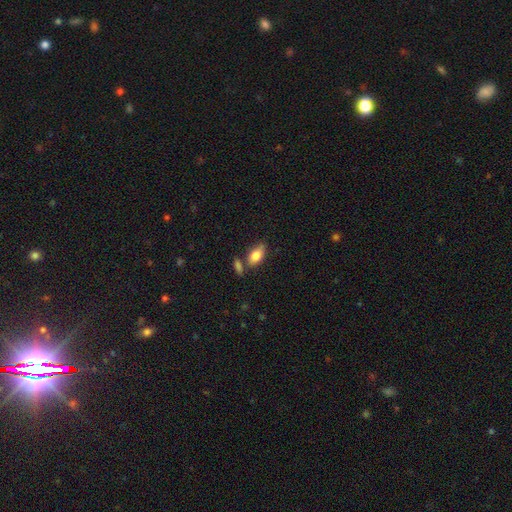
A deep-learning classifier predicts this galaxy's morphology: A smooth galaxy with no disk features (80%) that is in between round and cigar-shaped (89%). Merging: none (65%).